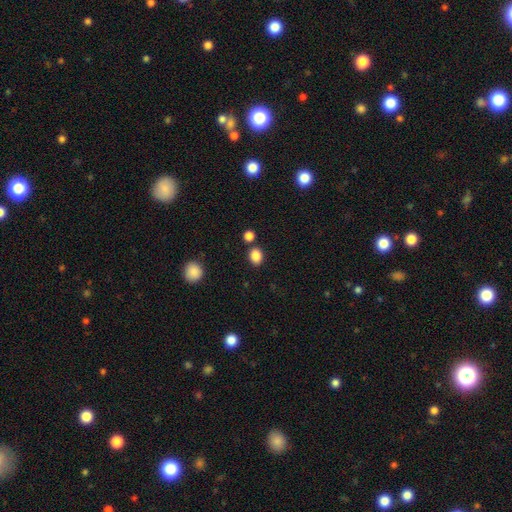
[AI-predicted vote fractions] Smooth or featured: smooth — 86% (star or artifact — 10%)
How rounded: in between — 54% (round — 45%)
Merging: none — 77% (merger — 11%)